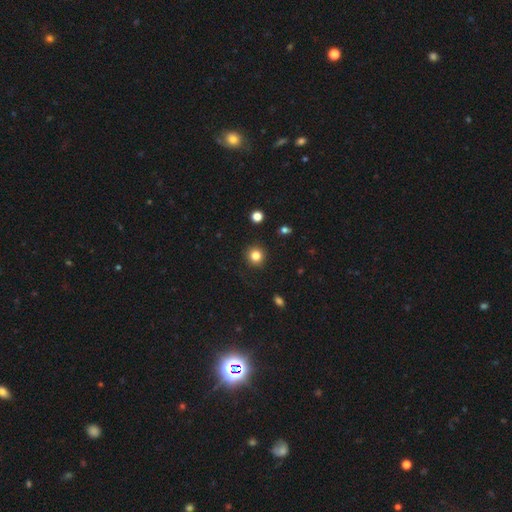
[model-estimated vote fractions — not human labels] Smooth or featured? smooth (82%)
How rounded? round (92%)
Merging? none (90%)